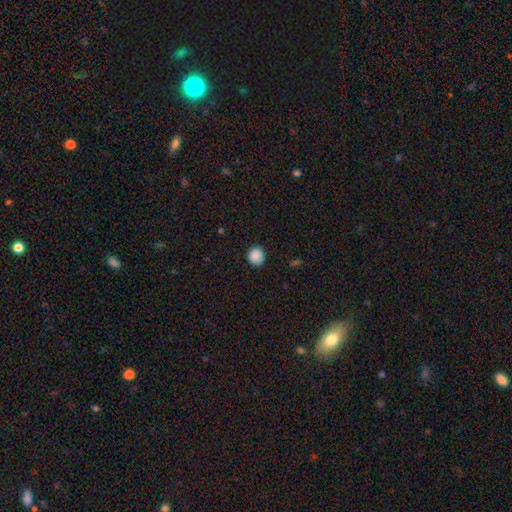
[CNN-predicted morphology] Smooth or featured? smooth (89%)
How rounded? round (90%)
Merging? none (90%)